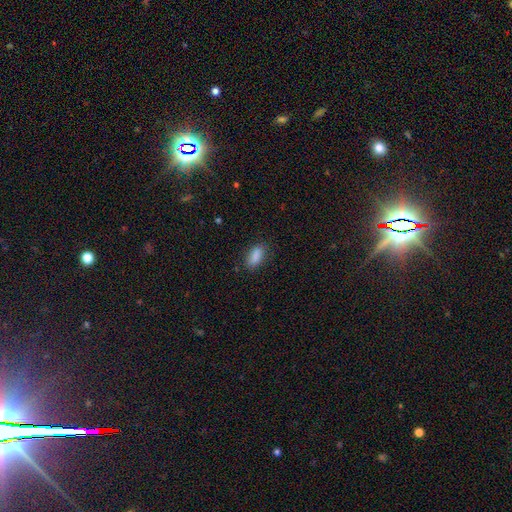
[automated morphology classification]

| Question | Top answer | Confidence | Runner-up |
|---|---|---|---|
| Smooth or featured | smooth | 87% | star or artifact (8%) |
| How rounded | in between | 84% | cigar-shaped (13%) |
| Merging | none | 81% | minor disturbance (14%) |